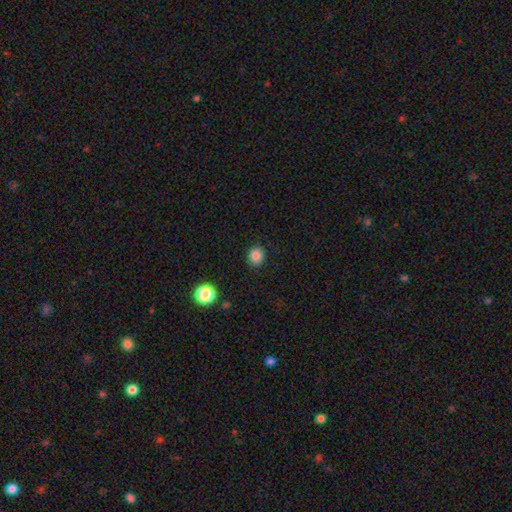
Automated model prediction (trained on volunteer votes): Morphology: type=smooth (84%); roundness=round (80%); merging=none (89%).